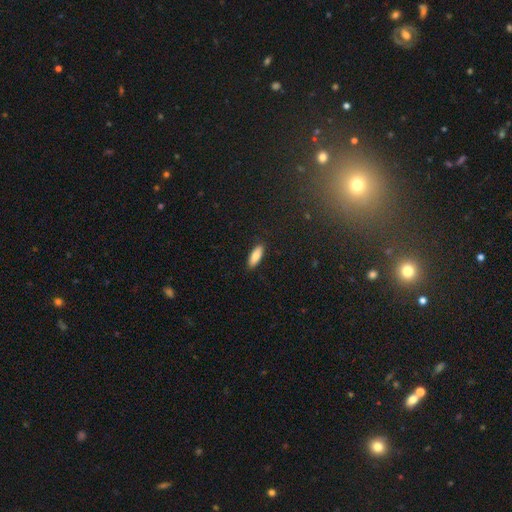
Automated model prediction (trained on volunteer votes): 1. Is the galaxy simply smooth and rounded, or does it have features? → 84% smooth, 10% featured or disk, 6% star or artifact.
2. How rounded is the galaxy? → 67% in between, 32% cigar-shaped, 2% round.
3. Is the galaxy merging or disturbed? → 88% none, 9% minor disturbance, 2% major disturbance, 1% merger.